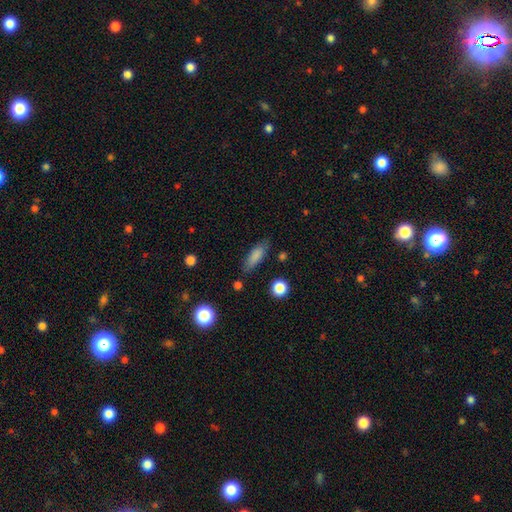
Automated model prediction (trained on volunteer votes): Smooth or featured?
  - smooth: 82% *
  - featured or disk: 10%
  - star or artifact: 8%
How rounded?
  - in between: 57% *
  - cigar-shaped: 40%
  - round: 3%
Merging?
  - none: 74% *
  - minor disturbance: 18%
  - major disturbance: 5%
  - merger: 3%